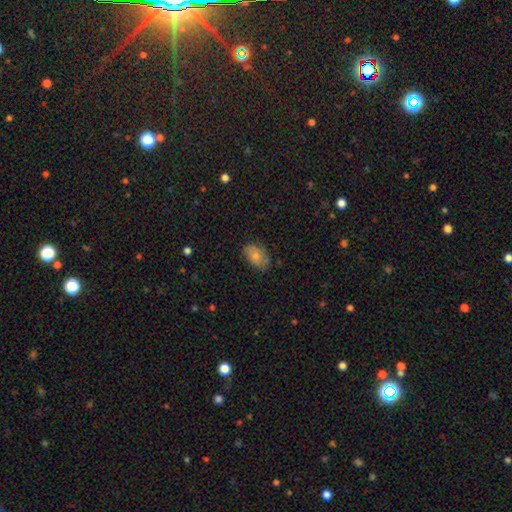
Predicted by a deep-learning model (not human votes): The model was most divided on "smooth or featured": smooth: 73%, featured or disk: 20%, star or artifact: 7%. More confident: how rounded — in between (90%); merging — none (74%).